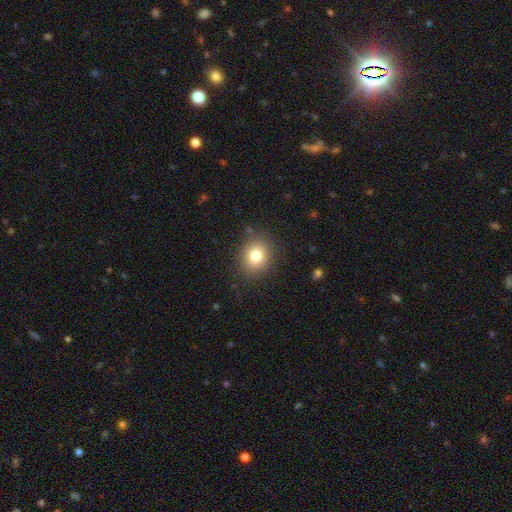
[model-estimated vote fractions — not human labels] Smooth or featured? smooth (80%)
How rounded? round (66%)
Merging? none (86%)